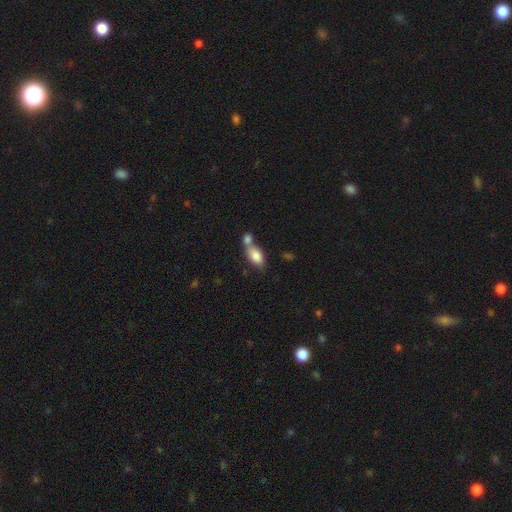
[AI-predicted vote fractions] smooth-or-featured: smooth: 82% | featured or disk: 11% | star or artifact: 7%
  how-rounded: in between: 89% | round: 7% | cigar-shaped: 3%
  merging: merger: 53% | none: 33% | minor disturbance: 10% | major disturbance: 4%